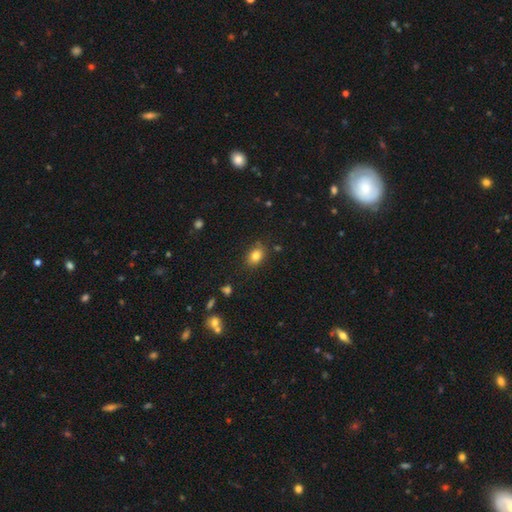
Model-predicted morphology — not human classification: Smooth or featured? Predicted: smooth (p=0.83). How rounded? Predicted: in between (p=0.74). Merging? Predicted: none (p=0.81).